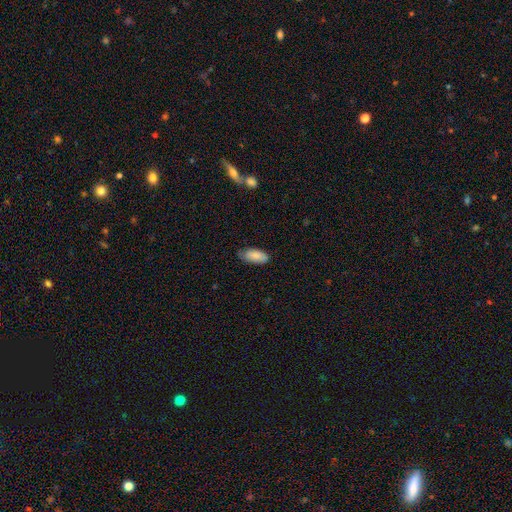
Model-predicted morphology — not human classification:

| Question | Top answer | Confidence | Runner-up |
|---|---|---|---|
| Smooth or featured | smooth | 86% | featured or disk (8%) |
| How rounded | in between | 90% | cigar-shaped (8%) |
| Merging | none | 73% | minor disturbance (22%) |